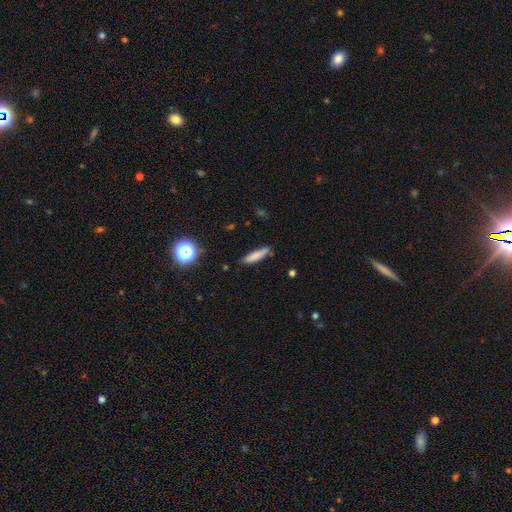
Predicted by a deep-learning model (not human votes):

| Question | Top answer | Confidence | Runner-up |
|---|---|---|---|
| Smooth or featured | smooth | 78% | featured or disk (13%) |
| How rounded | cigar-shaped | 78% | in between (20%) |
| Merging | none | 75% | minor disturbance (18%) |